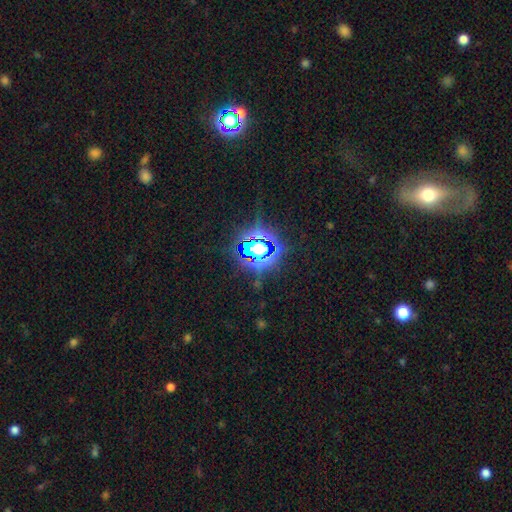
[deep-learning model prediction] Q: Smooth or featured?
A: star or artifact (78%); runner-up: smooth (13%)